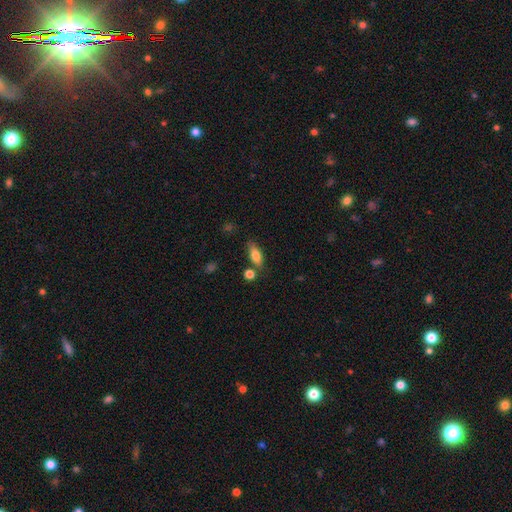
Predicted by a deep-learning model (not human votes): smooth 76%, featured or disk 16%, star or artifact 8%. Down the decision tree: how rounded — in between (76%); merging — none (71%).